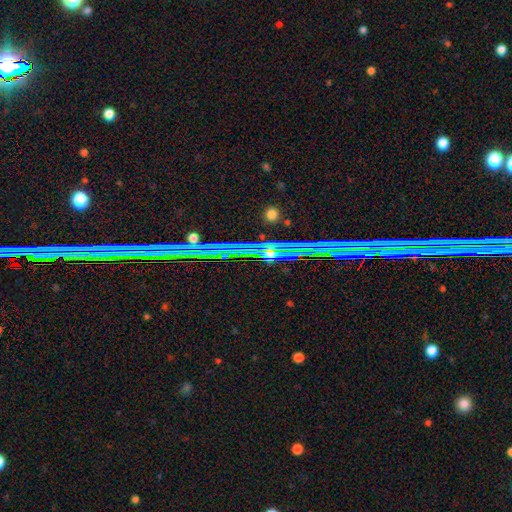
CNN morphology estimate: A star or artifact, not a galaxy (81%).

Vote fractions:
- Smooth or featured? star or artifact: 81% / featured or disk: 12% / smooth: 7%